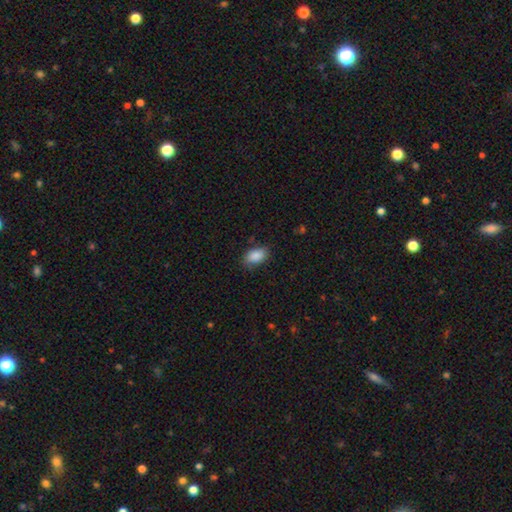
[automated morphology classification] smooth 89%, star or artifact 7%, featured or disk 4%. Down the decision tree: how rounded — in between (91%); merging — none (81%).